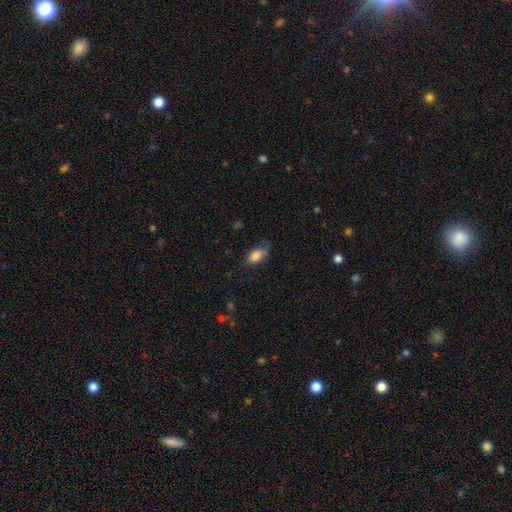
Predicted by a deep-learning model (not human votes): This is likely a smooth galaxy (80%). How rounded: clearly in between (89%). Merging: possibly none (47%).